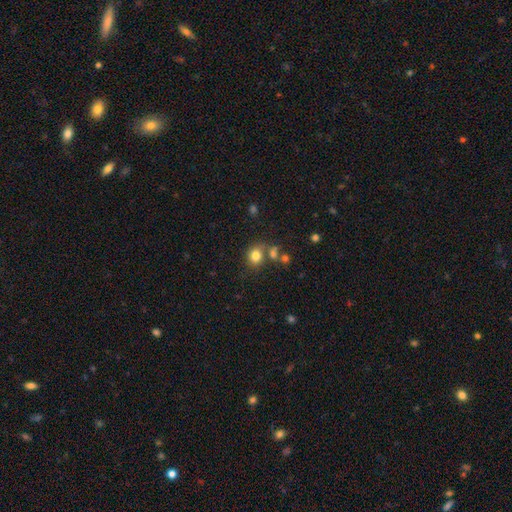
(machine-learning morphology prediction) smooth-or-featured: smooth: 80% | star or artifact: 12% | featured or disk: 8%
  how-rounded: round: 72% | in between: 27% | cigar-shaped: 1%
  merging: none: 63% | merger: 18% | minor disturbance: 14% | major disturbance: 5%